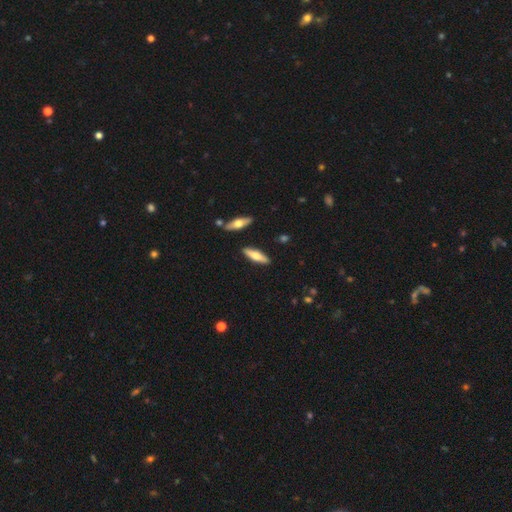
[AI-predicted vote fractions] Morphology: type=smooth (57%); roundness=cigar-shaped (62%); merging=none (87%).